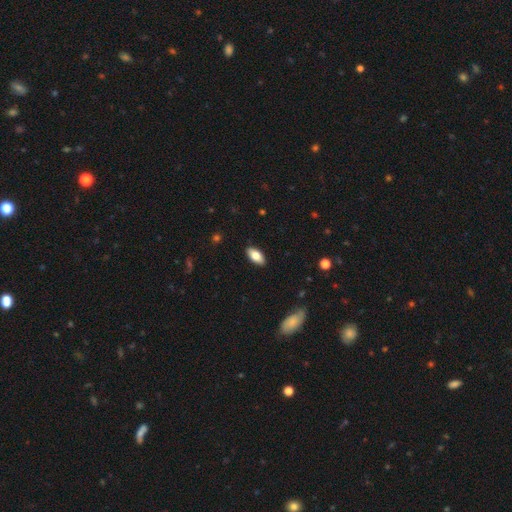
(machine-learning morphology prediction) Overall: smooth (79%). How rounded: in between (91%). Merging: none (89%).